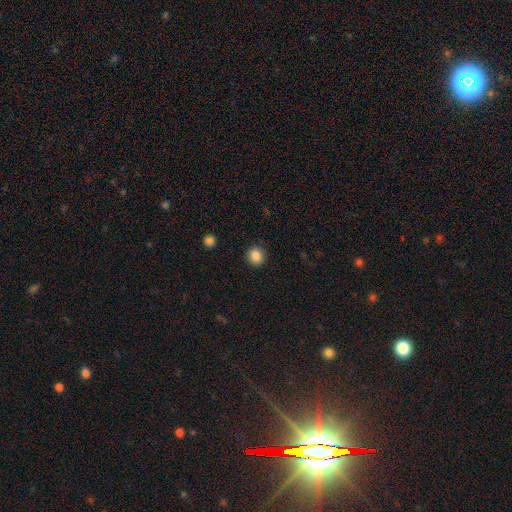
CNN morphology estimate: This is clearly a smooth galaxy (85%). How rounded: clearly round (84%). Merging: clearly none (92%).